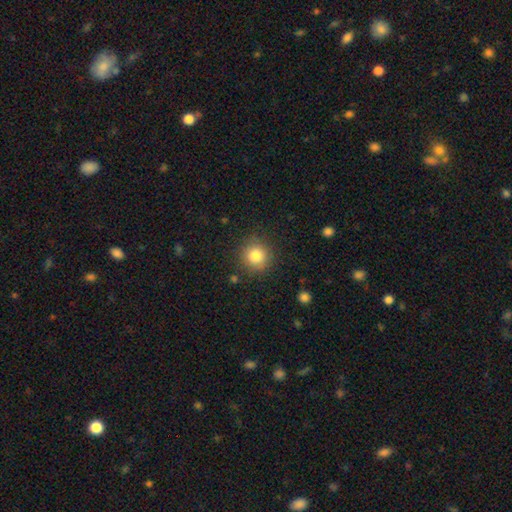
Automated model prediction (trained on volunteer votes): A smooth galaxy with no disk features (82%) that is round (93%).

Vote fractions:
- Smooth or featured? smooth: 82% / star or artifact: 11% / featured or disk: 7%
- How rounded? round: 93% / in between: 6% / cigar-shaped: 1%
- Merging? none: 87% / minor disturbance: 8% / major disturbance: 3% / merger: 2%